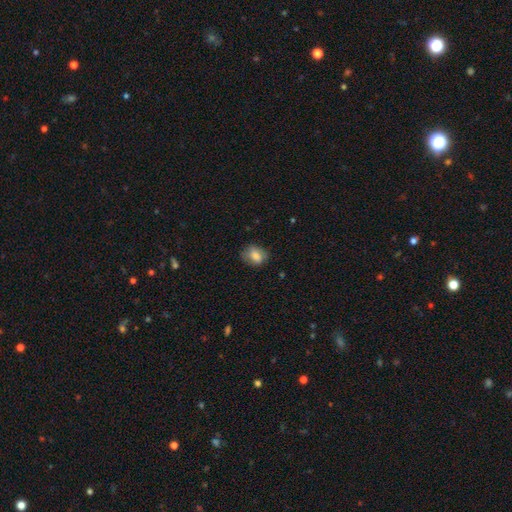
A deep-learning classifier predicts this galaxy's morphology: Smooth or featured? smooth (78%)
How rounded? in between (60%)
Merging? none (69%)